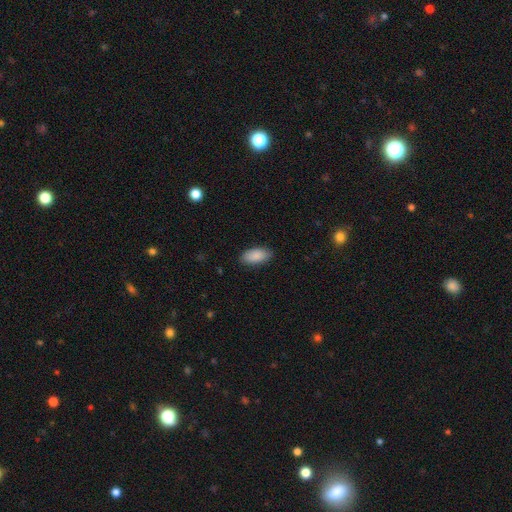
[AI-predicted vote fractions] smooth_or_featured: smooth (p=0.89) [alt: star or artifact p=0.06]
how_rounded: in between (p=0.92) [alt: cigar-shaped p=0.06]
merging: none (p=0.86) [alt: minor disturbance p=0.11]